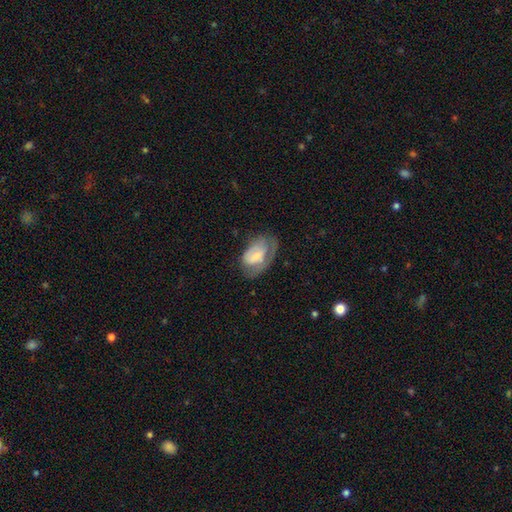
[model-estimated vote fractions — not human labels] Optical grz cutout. It shows a featured or disk galaxy (49%). Merging: none (43%).